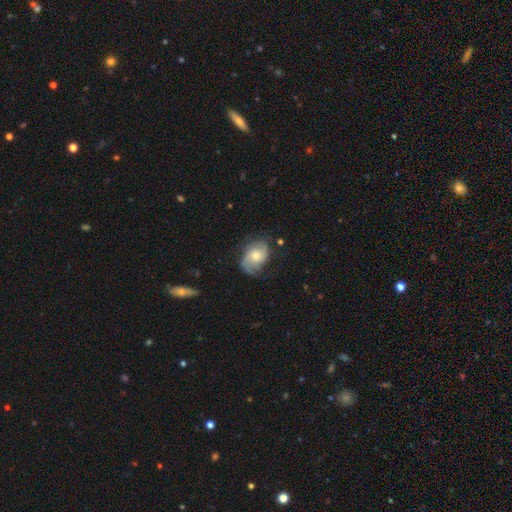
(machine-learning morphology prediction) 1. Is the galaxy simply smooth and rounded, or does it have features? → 61% featured or disk, 32% smooth, 7% star or artifact.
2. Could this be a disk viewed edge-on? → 97% no, 3% yes.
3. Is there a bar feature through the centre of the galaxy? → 66% no, 30% weak, 5% strong.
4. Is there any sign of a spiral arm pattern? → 89% yes, 11% no.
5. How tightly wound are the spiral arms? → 41% medium, 34% loose, 25% tight.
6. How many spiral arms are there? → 71% 2, 13% can't tell, 10% 1, 3% 3, 1% 4, 1% more than 4.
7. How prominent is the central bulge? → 59% moderate, 30% small, 7% large, 2% none, 1% dominant.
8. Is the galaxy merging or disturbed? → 61% none, 26% minor disturbance, 12% major disturbance, 2% merger.